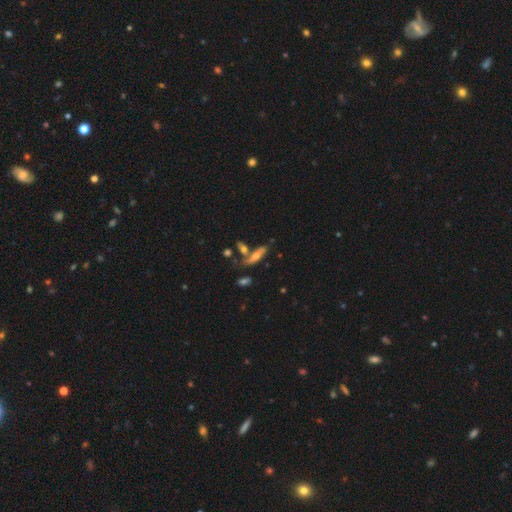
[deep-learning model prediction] Q: Smooth or featured?
A: featured or disk (46%); runner-up: smooth (45%)
Q: Merging?
A: none (56%); runner-up: merger (22%)